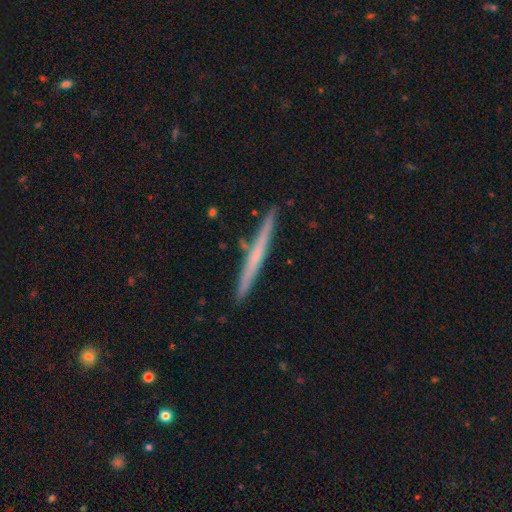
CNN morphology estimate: Smooth or featured: featured or disk — 55% (smooth — 39%)
Edge-on disk: yes — 98% (no — 2%)
Edge-on bulge: none — 76% (rounded — 19%)
Merging: none — 90% (minor disturbance — 7%)